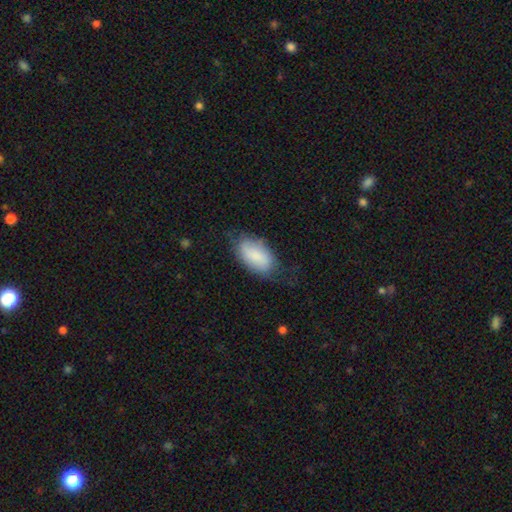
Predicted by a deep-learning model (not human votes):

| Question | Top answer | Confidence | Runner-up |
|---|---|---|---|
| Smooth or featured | smooth | 80% | featured or disk (13%) |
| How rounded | in between | 94% | round (4%) |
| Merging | none | 58% | minor disturbance (28%) |